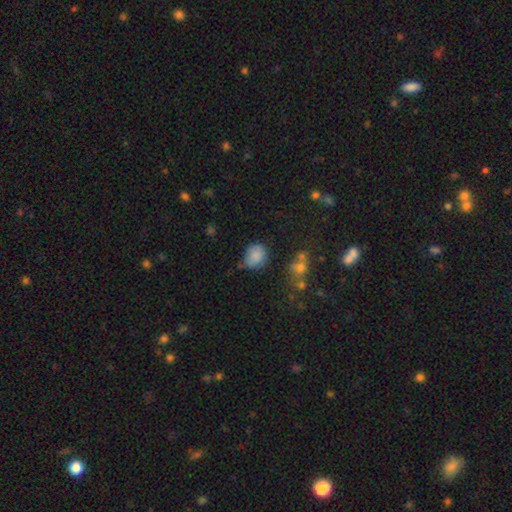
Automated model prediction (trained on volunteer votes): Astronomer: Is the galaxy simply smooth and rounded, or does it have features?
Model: smooth — 81%.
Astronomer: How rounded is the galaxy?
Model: round — 63%.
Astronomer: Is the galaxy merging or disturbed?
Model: none — 56%.